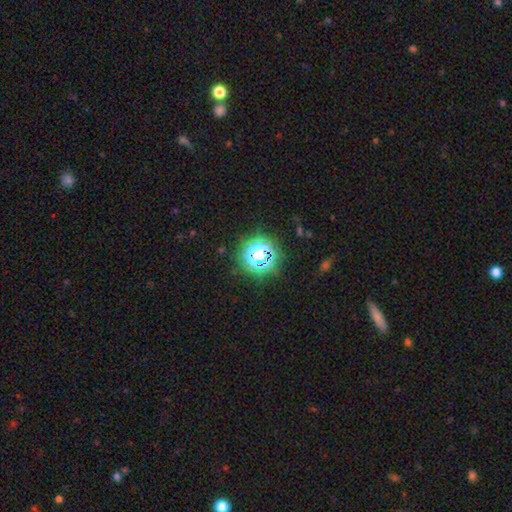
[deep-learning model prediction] Q: Smooth or featured?
A: star or artifact (63%); runner-up: smooth (27%)